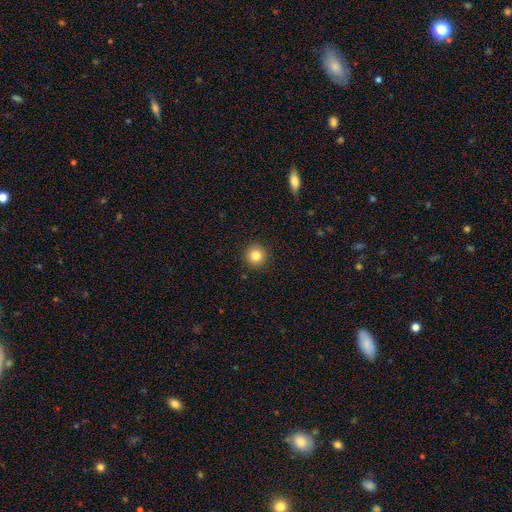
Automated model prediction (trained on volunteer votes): Overall: smooth (84%). How rounded: round (95%). Merging: none (92%).